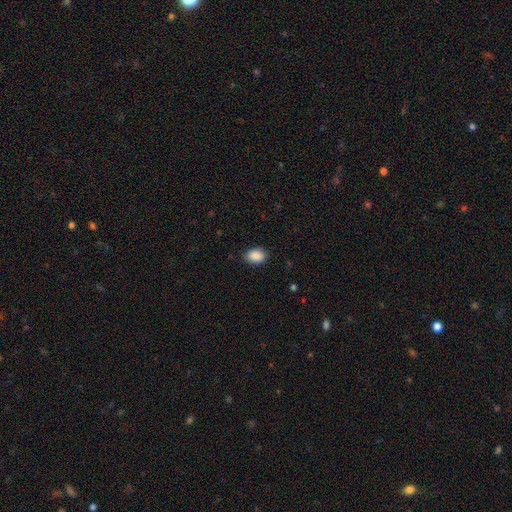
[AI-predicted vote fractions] smooth 89%, star or artifact 7%, featured or disk 3%. Down the decision tree: how rounded — in between (75%); merging — none (85%).